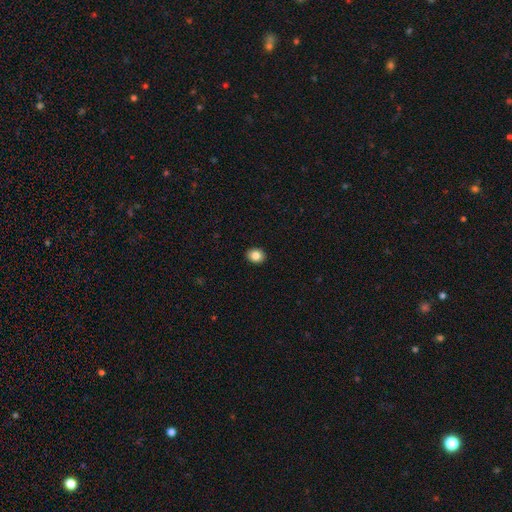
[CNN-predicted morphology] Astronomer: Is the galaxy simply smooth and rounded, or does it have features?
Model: smooth — 85%.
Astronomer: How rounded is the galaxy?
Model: round — 55% (runner-up: in between, 44%).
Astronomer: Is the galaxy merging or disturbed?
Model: none — 92%.